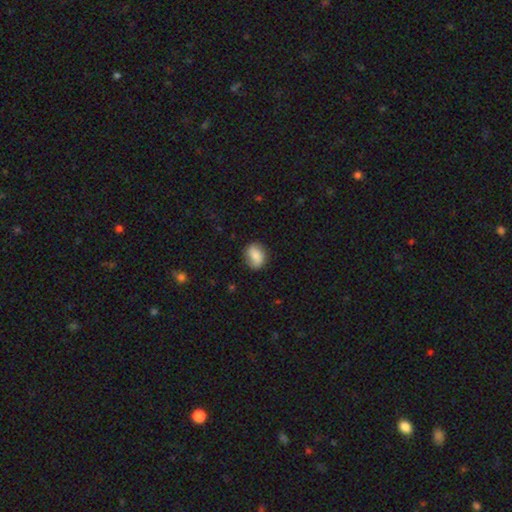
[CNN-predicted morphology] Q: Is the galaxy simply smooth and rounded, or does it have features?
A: smooth — 75%.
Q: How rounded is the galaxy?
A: in between — 59%.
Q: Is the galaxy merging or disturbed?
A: none — 77%.